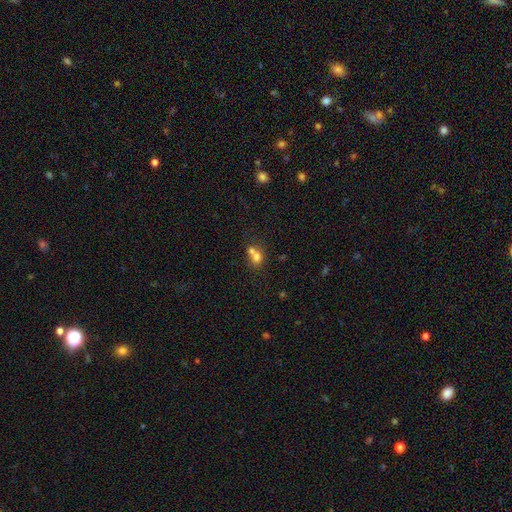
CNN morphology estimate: smooth 71%, featured or disk 16%, star or artifact 13%. Down the decision tree: how rounded — round (62%); merging — merger (63%).